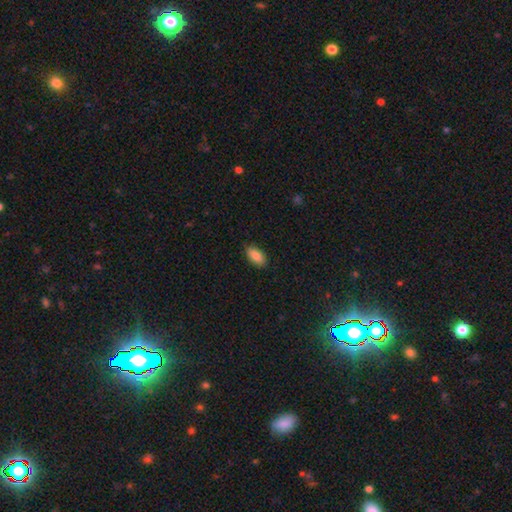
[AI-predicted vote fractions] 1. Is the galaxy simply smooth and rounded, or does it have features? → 85% smooth, 8% featured or disk, 7% star or artifact.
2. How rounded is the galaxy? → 92% in between, 5% cigar-shaped, 3% round.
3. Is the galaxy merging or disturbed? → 86% none, 11% minor disturbance, 2% major disturbance, 1% merger.